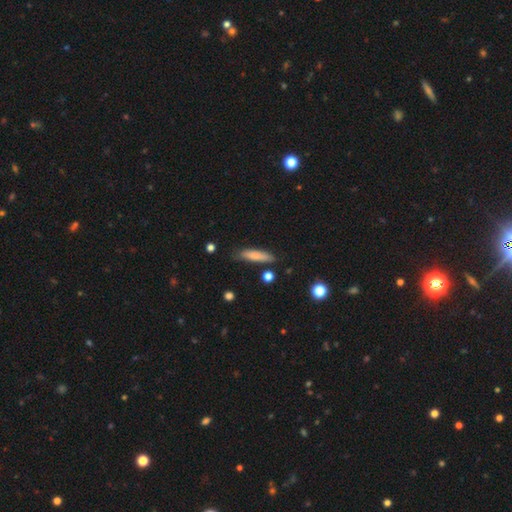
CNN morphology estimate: smooth 80%, featured or disk 13%, star or artifact 7%. Down the decision tree: how rounded — cigar-shaped (78%); merging — none (76%).